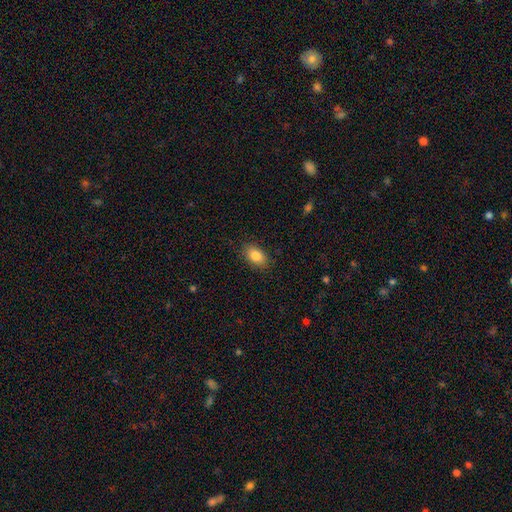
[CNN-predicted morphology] The model was most divided on "merging": none: 86%, minor disturbance: 10%, major disturbance: 2%, merger: 1%. More confident: how rounded — in between (89%); smooth or featured — smooth (84%).